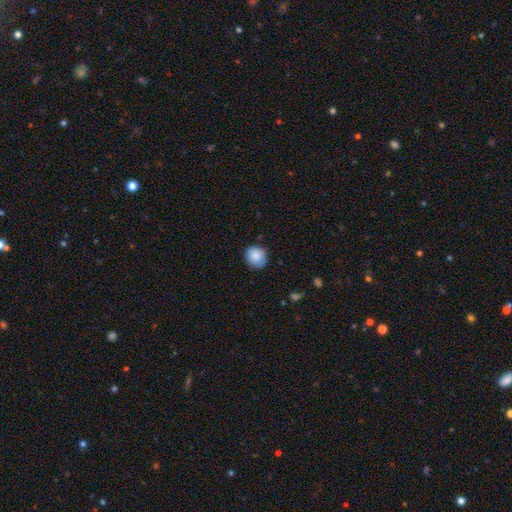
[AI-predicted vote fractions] smooth-or-featured: smooth: 88% | star or artifact: 7% | featured or disk: 5%
  how-rounded: round: 78% | in between: 22% | cigar-shaped: 1%
  merging: none: 81% | minor disturbance: 15% | major disturbance: 2% | merger: 1%